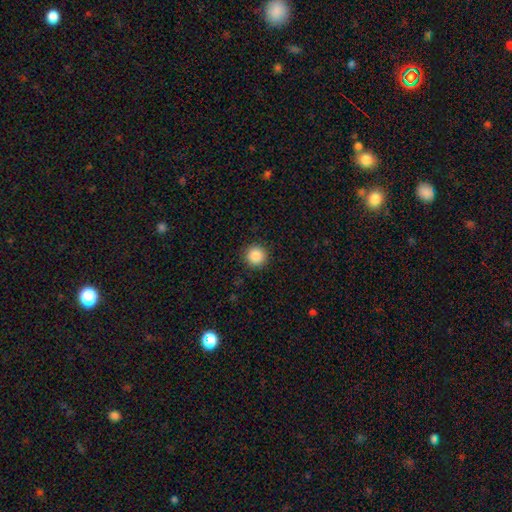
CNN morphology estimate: This is clearly a smooth galaxy (88%). How rounded: clearly round (96%). Merging: clearly none (92%).